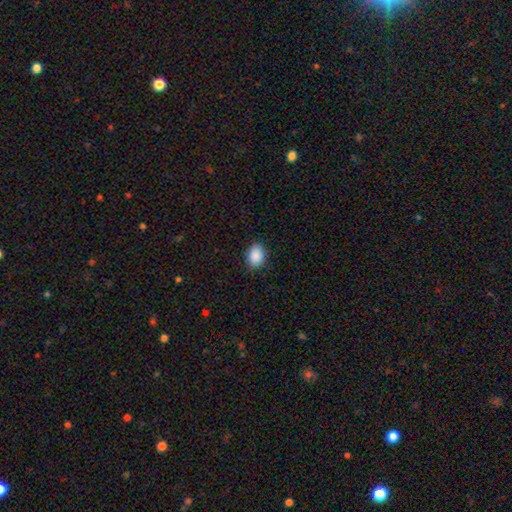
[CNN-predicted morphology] Smooth or featured: smooth — 90% (star or artifact — 7%)
How rounded: in between — 77% (round — 22%)
Merging: none — 88% (minor disturbance — 9%)